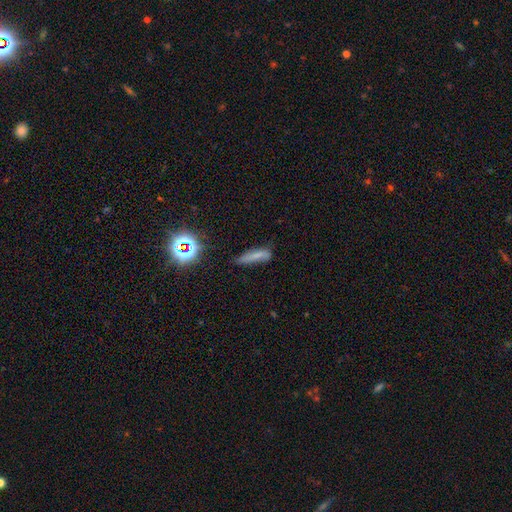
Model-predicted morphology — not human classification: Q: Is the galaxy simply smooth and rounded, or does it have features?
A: smooth — 62%.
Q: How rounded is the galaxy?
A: cigar-shaped — 73%.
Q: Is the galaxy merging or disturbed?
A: none — 56%.